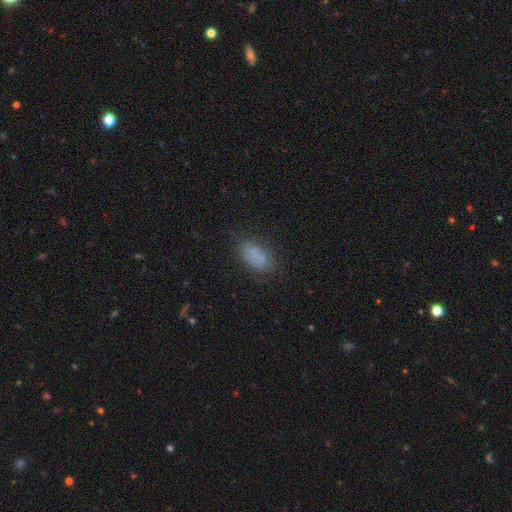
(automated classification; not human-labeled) Q: Smooth or featured?
A: smooth (73%); runner-up: featured or disk (15%)
Q: How rounded?
A: in between (91%); runner-up: round (5%)
Q: Merging?
A: none (69%); runner-up: minor disturbance (18%)